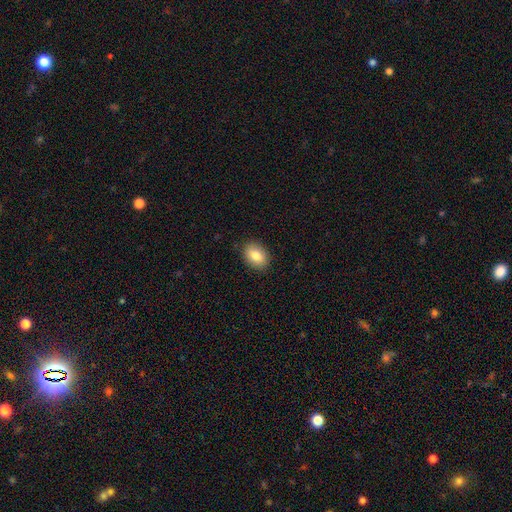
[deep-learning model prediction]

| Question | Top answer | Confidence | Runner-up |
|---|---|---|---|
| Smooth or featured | smooth | 83% | featured or disk (10%) |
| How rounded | in between | 78% | round (21%) |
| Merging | none | 89% | minor disturbance (8%) |